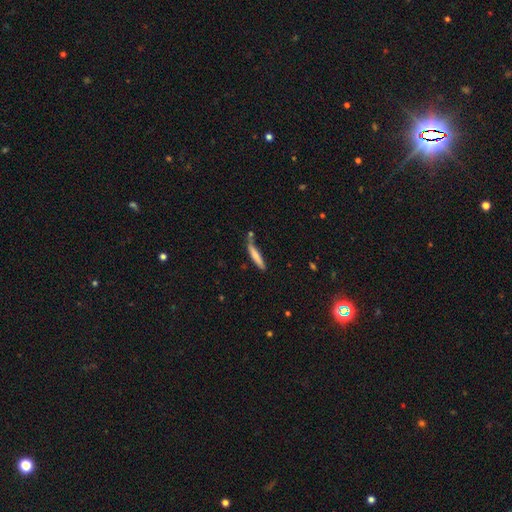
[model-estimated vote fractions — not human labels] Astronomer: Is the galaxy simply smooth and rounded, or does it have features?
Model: smooth — 69%.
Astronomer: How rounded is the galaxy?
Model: cigar-shaped — 91%.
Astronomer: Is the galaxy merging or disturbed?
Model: none — 63%.